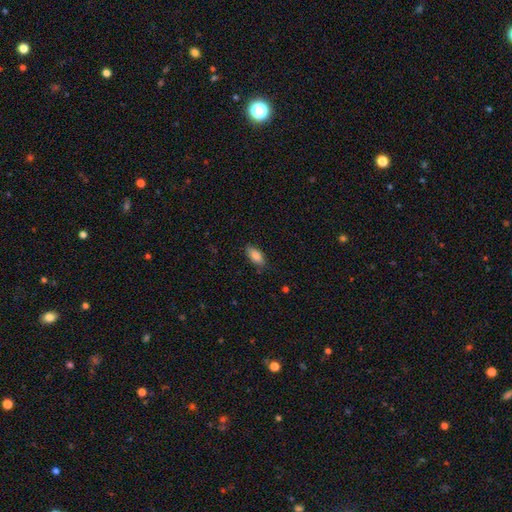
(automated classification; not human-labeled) Q: Smooth or featured?
A: smooth (82%); runner-up: featured or disk (11%)
Q: How rounded?
A: in between (83%); runner-up: cigar-shaped (15%)
Q: Merging?
A: none (83%); runner-up: minor disturbance (14%)